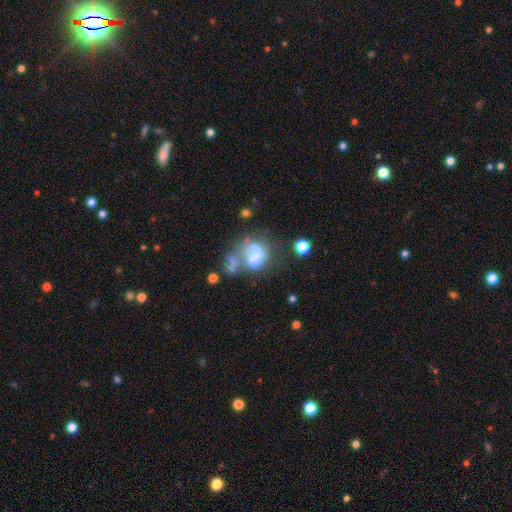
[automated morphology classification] smooth_or_featured: smooth (p=0.46) [alt: featured or disk p=0.42]
merging: merger (p=0.42) [alt: major disturbance p=0.30]